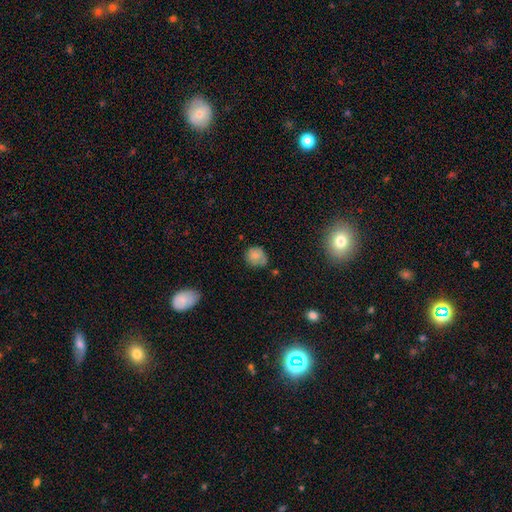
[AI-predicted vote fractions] Smooth or featured?
  - smooth: 73% *
  - featured or disk: 17%
  - star or artifact: 10%
How rounded?
  - round: 77% *
  - in between: 22%
  - cigar-shaped: 1%
Merging?
  - none: 61% *
  - minor disturbance: 28%
  - major disturbance: 7%
  - merger: 4%